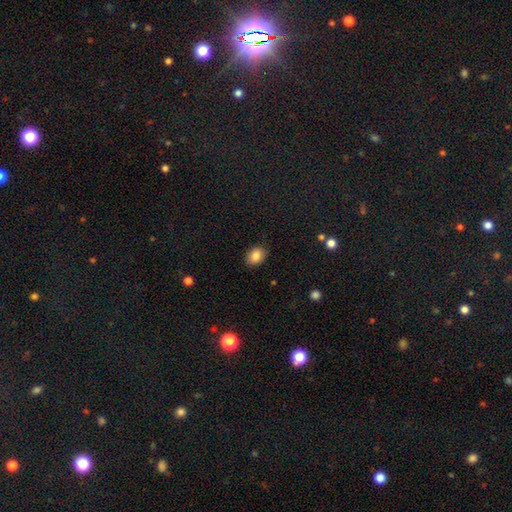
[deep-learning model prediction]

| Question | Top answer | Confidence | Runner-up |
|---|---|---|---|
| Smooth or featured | smooth | 86% | star or artifact (8%) |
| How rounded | in between | 66% | round (33%) |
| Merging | none | 87% | minor disturbance (10%) |